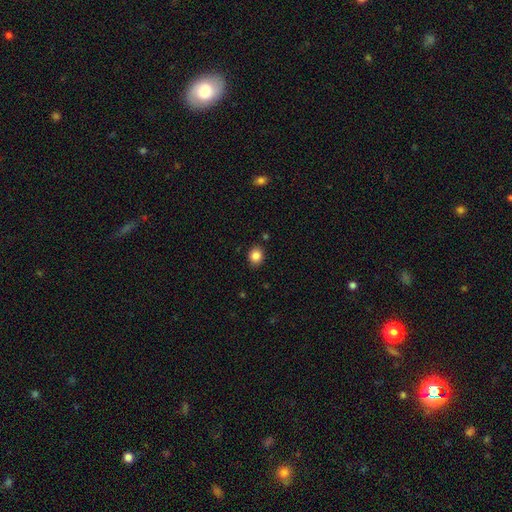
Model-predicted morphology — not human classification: Smooth or featured? smooth (85%)
How rounded? round (66%)
Merging? none (87%)